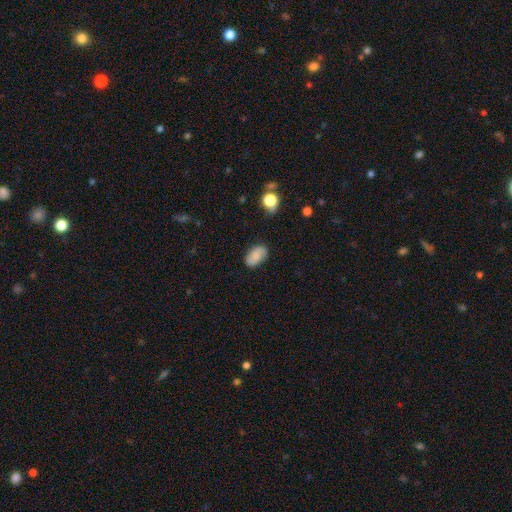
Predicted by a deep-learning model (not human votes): smooth-or-featured: smooth: 75% | featured or disk: 17% | star or artifact: 9%
  how-rounded: in between: 92% | round: 6% | cigar-shaped: 2%
  merging: none: 77% | minor disturbance: 17% | major disturbance: 4% | merger: 2%